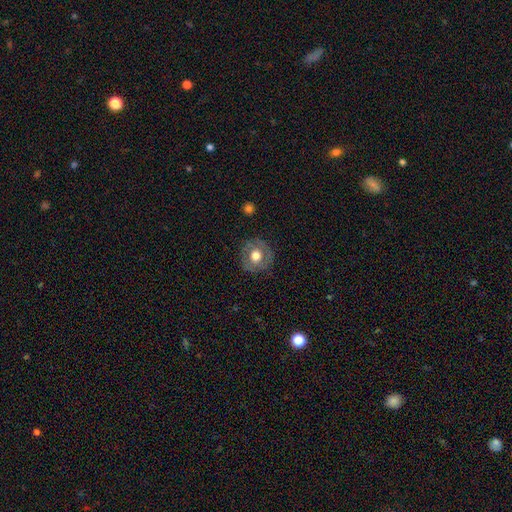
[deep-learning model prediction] smooth 48%, featured or disk 45%, star or artifact 7%. Down the decision tree: merging — none (80%).